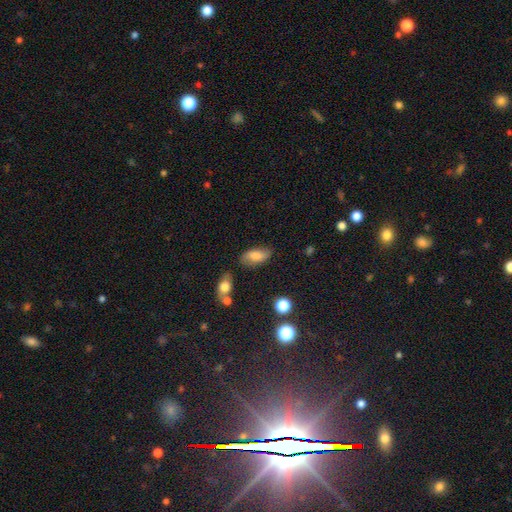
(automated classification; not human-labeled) Morphology: type=smooth (68%); roundness=in between (89%); merging=none (74%).